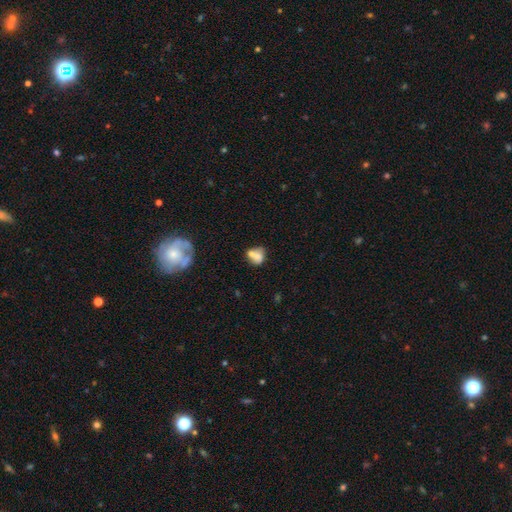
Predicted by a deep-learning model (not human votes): A smooth galaxy with no disk features (68%) that is in between round and cigar-shaped (51%). Merging: merger (48%).